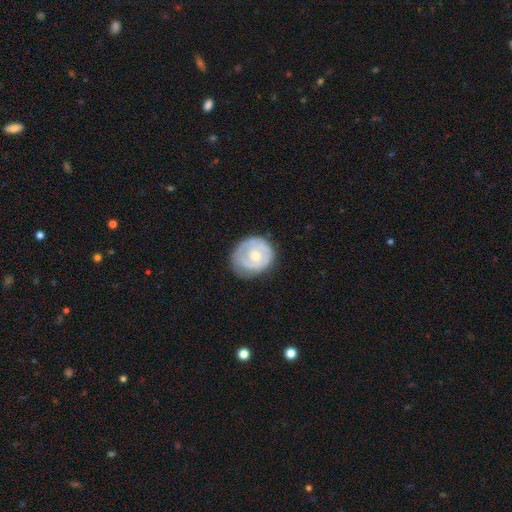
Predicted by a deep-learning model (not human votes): This appears to be a featured or disk galaxy (59%) with no bar (80%), spiral arms (68%) and a small central bulge (47%). Merging: none (64%).